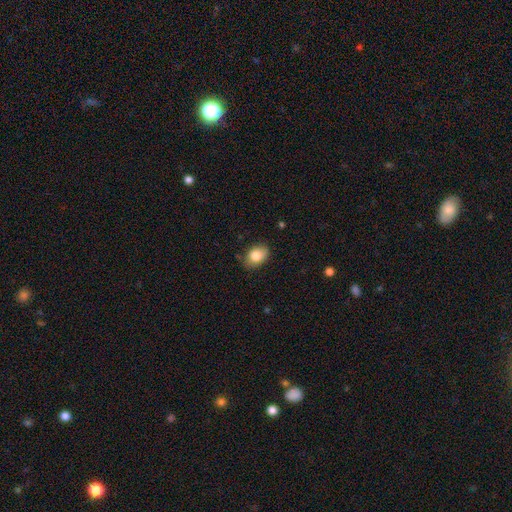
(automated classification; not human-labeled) Q: Smooth or featured?
A: smooth (83%); runner-up: featured or disk (9%)
Q: How rounded?
A: in between (78%); runner-up: round (21%)
Q: Merging?
A: none (76%); runner-up: minor disturbance (19%)